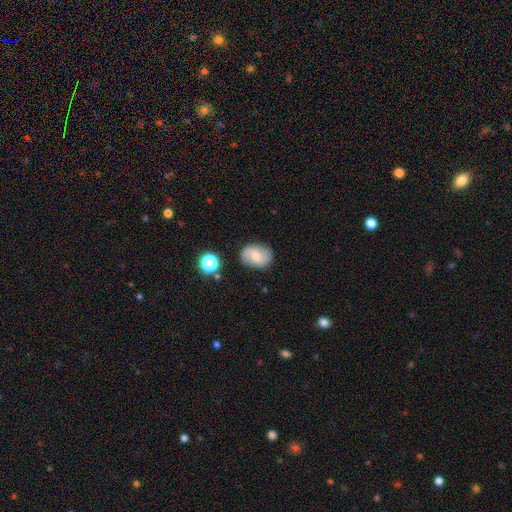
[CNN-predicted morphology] Q: Smooth or featured?
A: smooth (50%); runner-up: featured or disk (40%)
Q: How rounded?
A: in between (68%); runner-up: round (31%)
Q: Merging?
A: none (79%); runner-up: minor disturbance (15%)